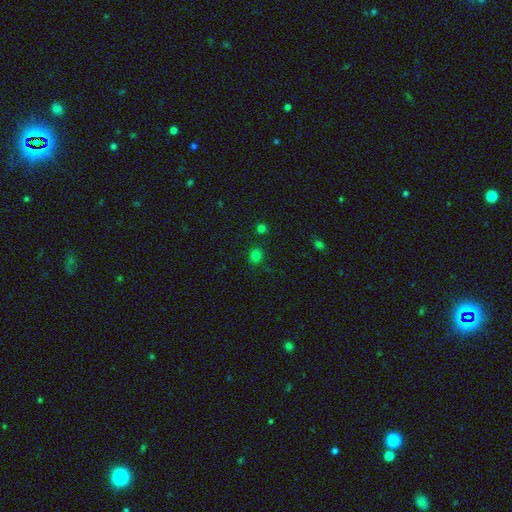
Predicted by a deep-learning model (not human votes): smooth_or_featured: smooth (p=0.77) [alt: star or artifact p=0.19]
how_rounded: round (p=0.73) [alt: in between p=0.26]
merging: none (p=0.83) [alt: minor disturbance p=0.10]